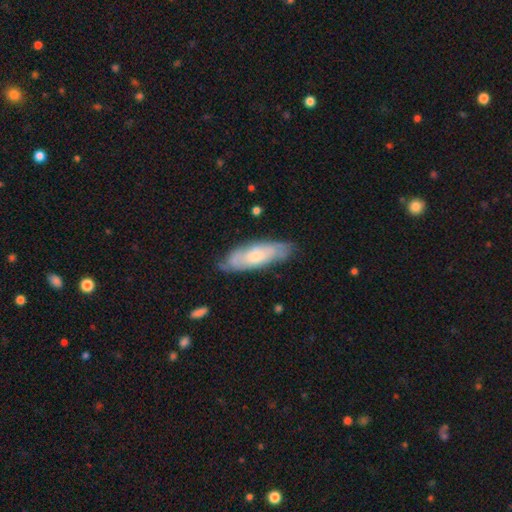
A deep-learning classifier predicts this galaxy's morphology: smooth_or_featured: smooth (p=0.47) [tied with: featured or disk p=0.47]
merging: none (p=0.72) [alt: minor disturbance p=0.22]